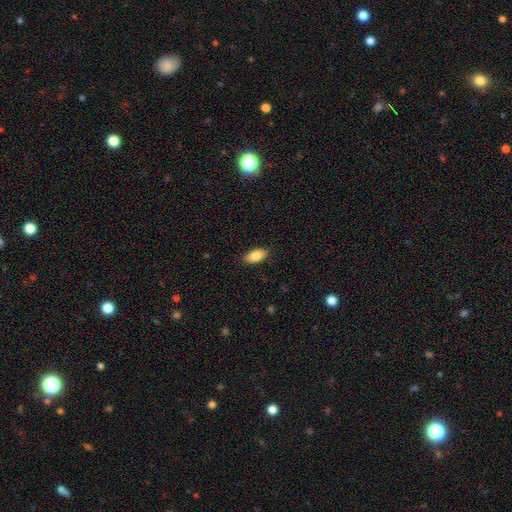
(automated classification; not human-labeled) Q: Smooth or featured?
A: smooth (84%); runner-up: featured or disk (9%)
Q: How rounded?
A: in between (91%); runner-up: cigar-shaped (5%)
Q: Merging?
A: none (87%); runner-up: minor disturbance (10%)